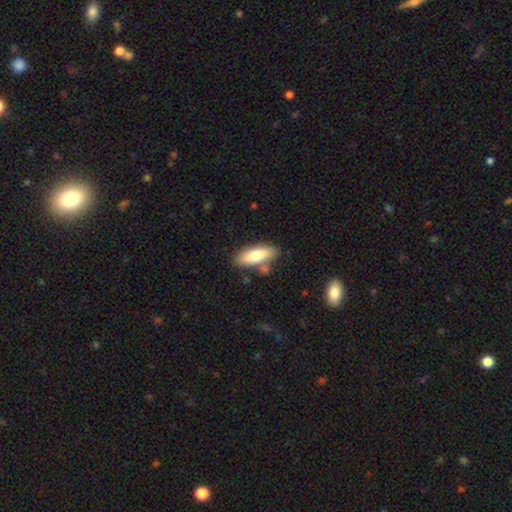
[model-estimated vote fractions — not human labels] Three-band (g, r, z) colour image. It shows a smooth galaxy with no disk features (73%) that is in between round and cigar-shaped (71%). Merging: none (76%).